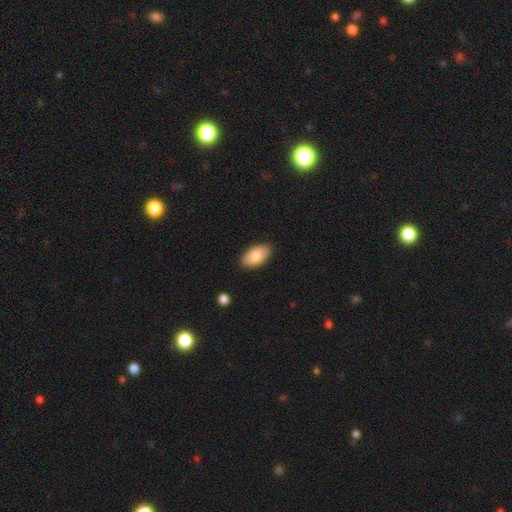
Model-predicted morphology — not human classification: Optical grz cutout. It shows a smooth galaxy with no disk features (81%) that is in between round and cigar-shaped (95%). Merging: none (88%).